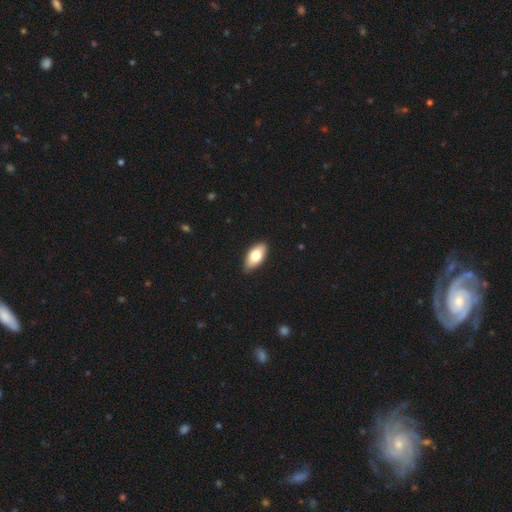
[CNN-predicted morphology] The model was most divided on "smooth or featured": smooth: 75%, featured or disk: 19%, star or artifact: 6%. More confident: how rounded — in between (91%); merging — none (88%).